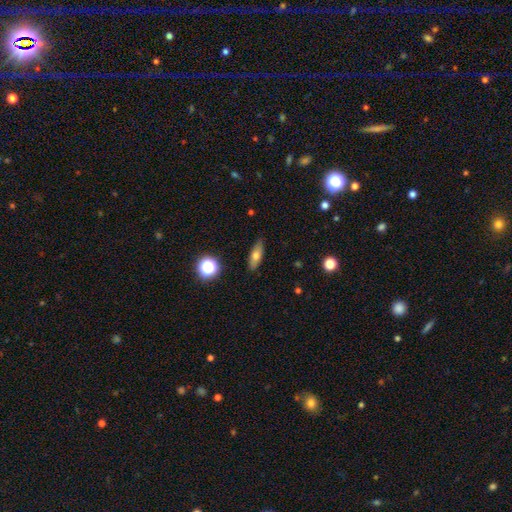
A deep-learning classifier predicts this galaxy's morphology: Q: Smooth or featured?
A: smooth (64%); runner-up: featured or disk (26%)
Q: How rounded?
A: in between (57%); runner-up: cigar-shaped (36%)
Q: Merging?
A: none (87%); runner-up: minor disturbance (10%)